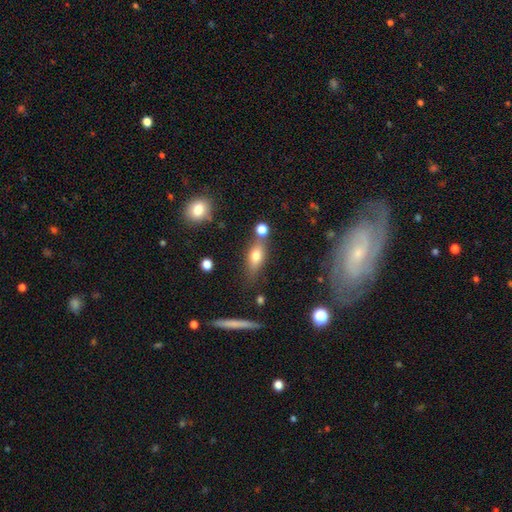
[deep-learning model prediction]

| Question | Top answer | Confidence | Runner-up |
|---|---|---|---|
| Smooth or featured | smooth | 70% | featured or disk (20%) |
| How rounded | in between | 71% | cigar-shaped (21%) |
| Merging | none | 64% | merger (16%) |